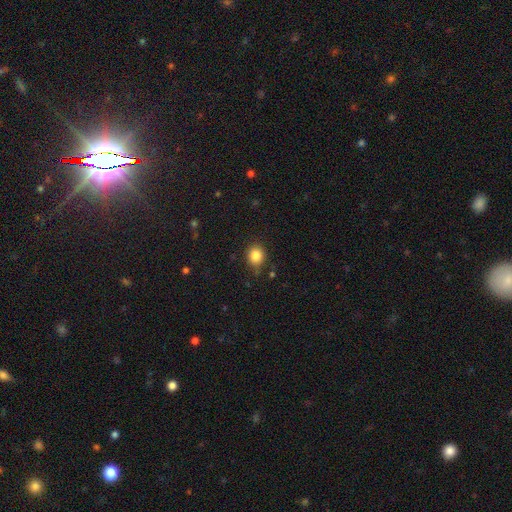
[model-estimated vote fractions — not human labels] Morphology: type=smooth (85%); roundness=round (70%); merging=none (82%).